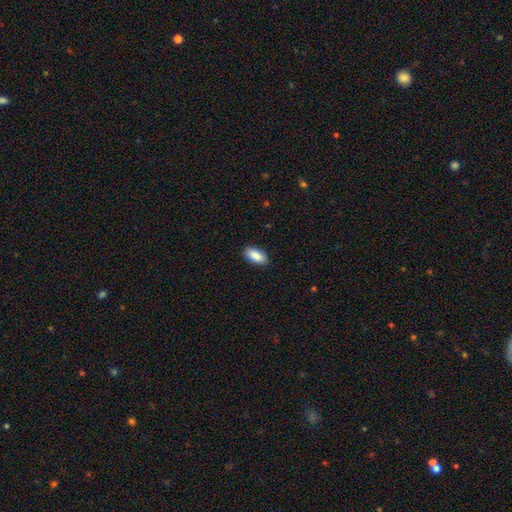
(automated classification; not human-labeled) Smooth or featured? smooth (89%)
How rounded? in between (92%)
Merging? none (89%)